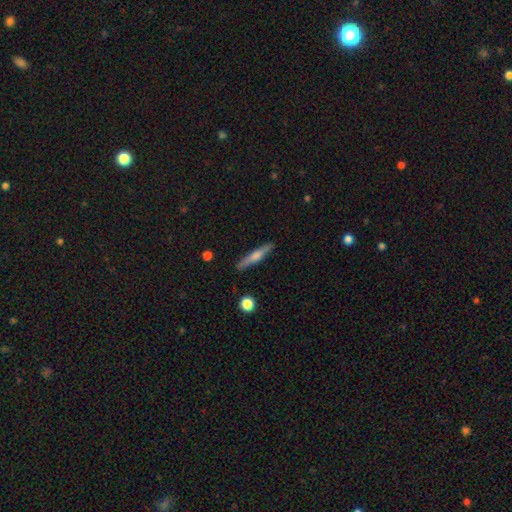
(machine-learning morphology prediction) The model was most divided on "smooth or featured": featured or disk: 58%, smooth: 36%, star or artifact: 7%. More confident: edge-on disk — yes (96%); merging — none (90%); edge-on bulge — rounded (80%).